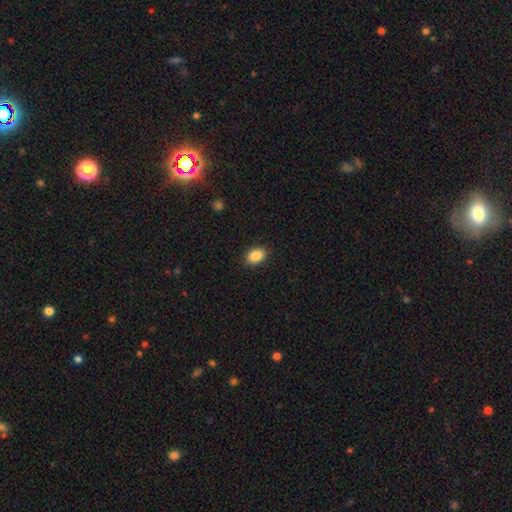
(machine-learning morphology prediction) Smooth or featured?
  - smooth: 88% *
  - star or artifact: 8%
  - featured or disk: 4%
How rounded?
  - in between: 80% *
  - round: 19%
  - cigar-shaped: 1%
Merging?
  - none: 88% *
  - minor disturbance: 9%
  - major disturbance: 2%
  - merger: 1%